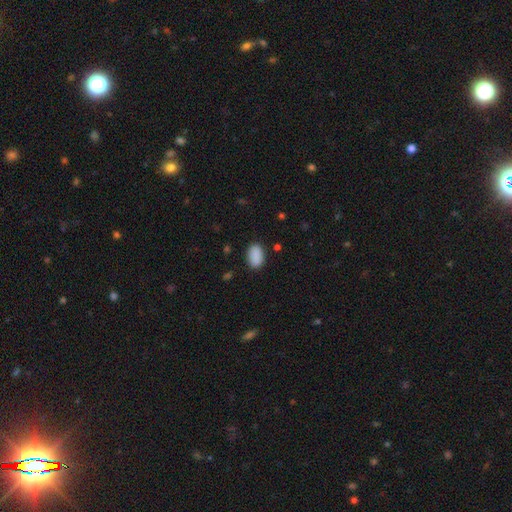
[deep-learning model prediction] A smooth galaxy with no disk features (90%) that is in between round and cigar-shaped (91%). Merging: none (86%).